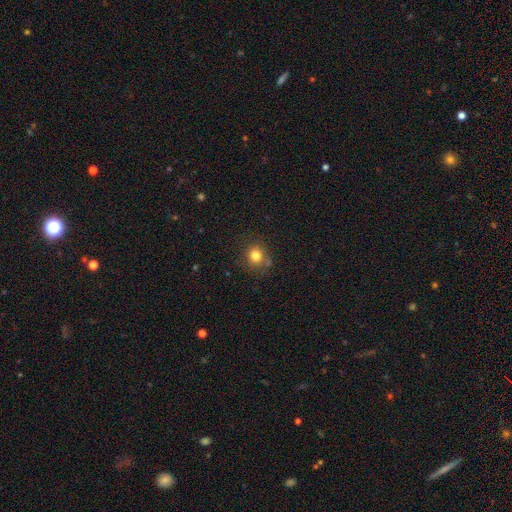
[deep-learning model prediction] Smooth or featured? Predicted: smooth (p=0.81). How rounded? Predicted: round (p=0.86). Merging? Predicted: none (p=0.77).